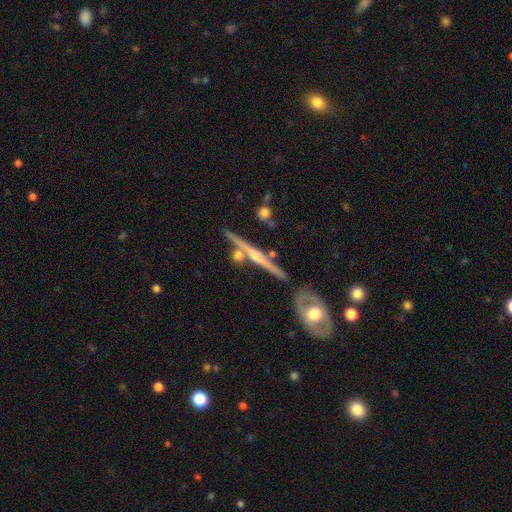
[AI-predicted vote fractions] featured or disk 82%, smooth 12%, star or artifact 6%. Down the decision tree: edge-on disk — yes (97%); edge-on bulge — rounded (84%); merging — none (78%).